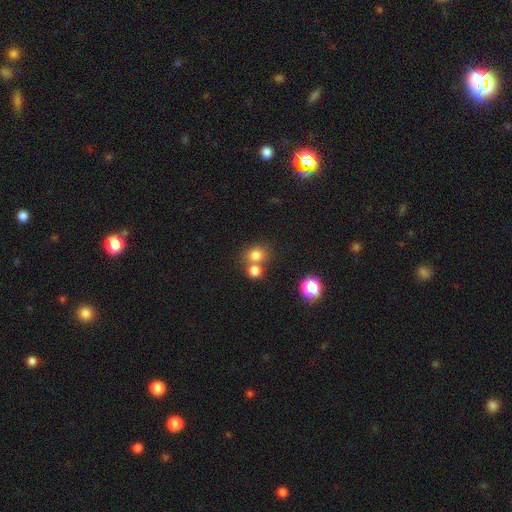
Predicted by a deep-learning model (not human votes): smooth-or-featured: smooth: 78% | star or artifact: 14% | featured or disk: 8%
  how-rounded: round: 76% | in between: 23% | cigar-shaped: 1%
  merging: none: 53% | merger: 36% | minor disturbance: 8% | major disturbance: 3%